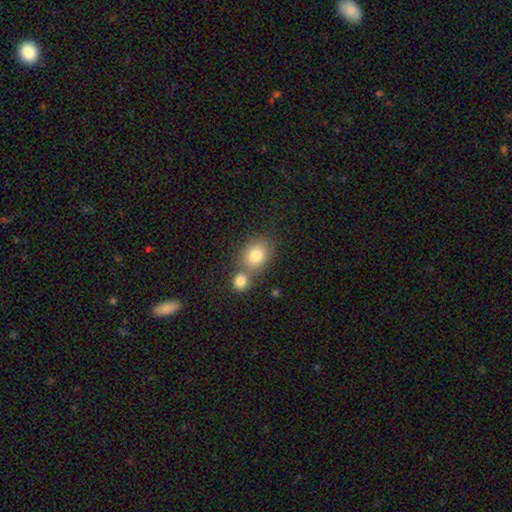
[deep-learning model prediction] smooth 81%, featured or disk 10%, star or artifact 9%. Down the decision tree: how rounded — round (53%); merging — none (51%).